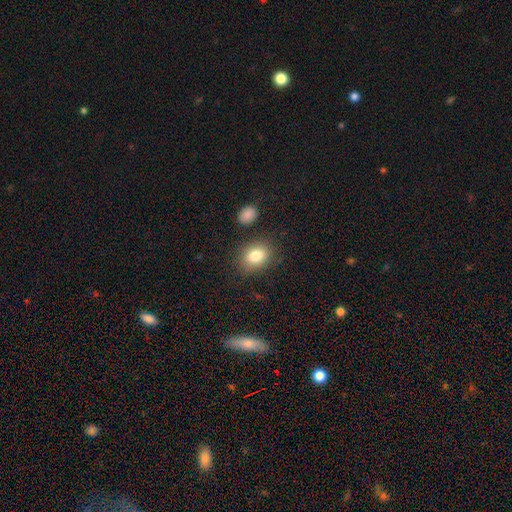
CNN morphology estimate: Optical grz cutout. It shows a smooth galaxy with no disk features (82%) that is in between round and cigar-shaped (68%). Merging: none (80%).